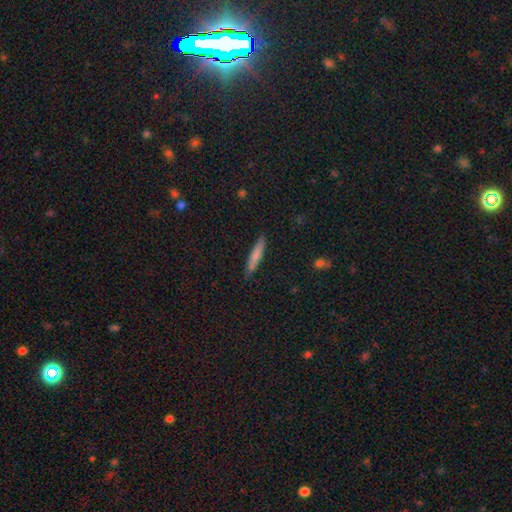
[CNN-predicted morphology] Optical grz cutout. It shows a smooth galaxy with no disk features (74%) that is cigar-shaped (90%). Merging: none (85%).